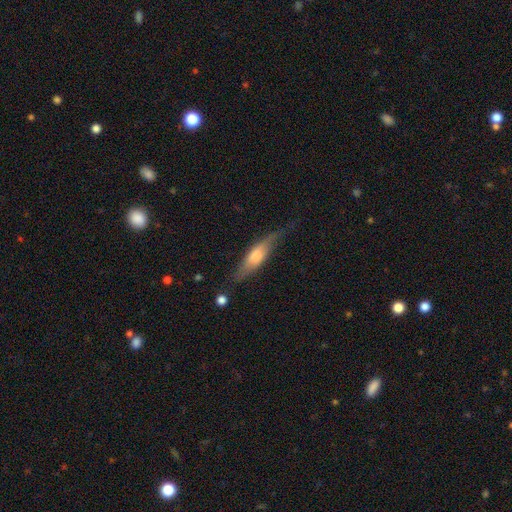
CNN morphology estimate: Overall: smooth (50%; featured or disk 44%). Merging: none (59%; minor disturbance 28%).